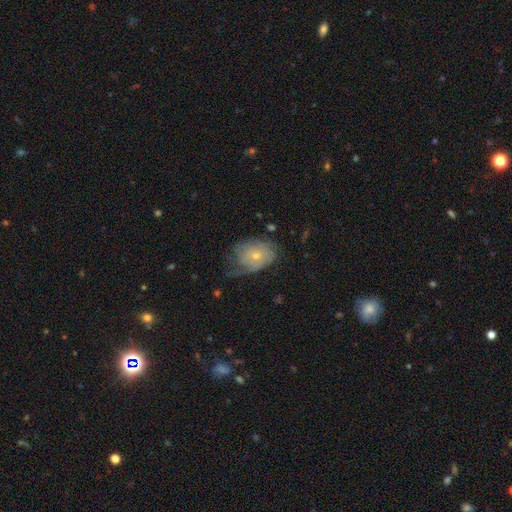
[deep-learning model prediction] smooth_or_featured: featured or disk (p=0.53) [alt: smooth p=0.39]
disk_edge_on: no (p=0.96) [alt: yes p=0.04]
bar: no (p=0.83) [alt: weak p=0.15]
has_spiral_arms: yes (p=0.70) [alt: no p=0.30]
bulge_size: small (p=0.61) [alt: moderate p=0.34]
merging: none (p=0.41) [alt: minor disturbance p=0.30]